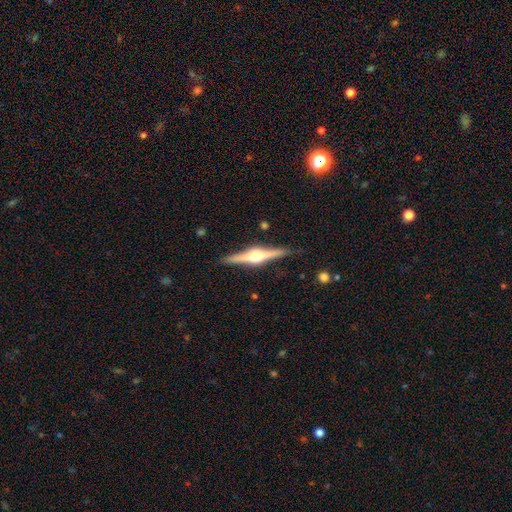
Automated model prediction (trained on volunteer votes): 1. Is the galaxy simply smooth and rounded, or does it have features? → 80% featured or disk, 15% smooth, 5% star or artifact.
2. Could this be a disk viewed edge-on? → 98% yes, 2% no.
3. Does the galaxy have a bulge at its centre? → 93% rounded, 5% boxy, 2% none.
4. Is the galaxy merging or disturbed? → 89% none, 8% minor disturbance, 2% major disturbance, 1% merger.